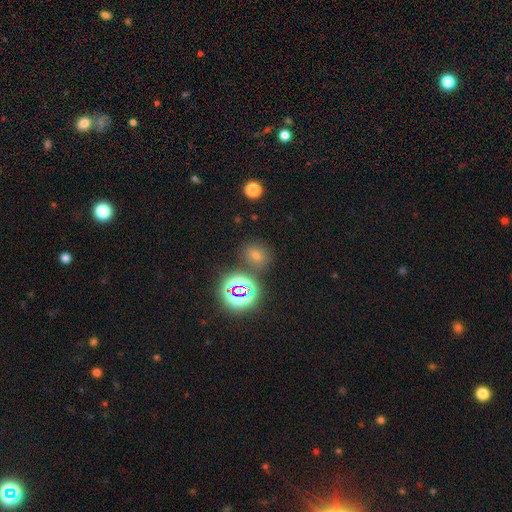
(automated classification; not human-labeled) smooth_or_featured: smooth (p=0.49) [alt: star or artifact p=0.42]
merging: none (p=0.80) [alt: minor disturbance p=0.09]